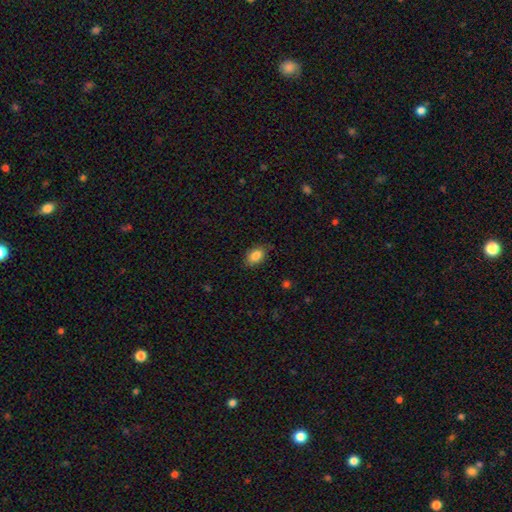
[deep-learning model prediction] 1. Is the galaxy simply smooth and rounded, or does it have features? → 86% smooth, 8% star or artifact, 6% featured or disk.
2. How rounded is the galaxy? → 87% in between, 11% round, 2% cigar-shaped.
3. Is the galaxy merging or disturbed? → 82% none, 14% minor disturbance, 3% major disturbance, 1% merger.